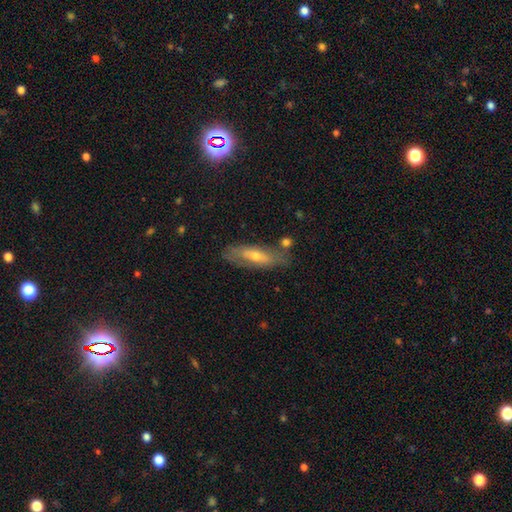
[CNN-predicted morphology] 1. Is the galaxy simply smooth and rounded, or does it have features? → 52% featured or disk, 39% smooth, 9% star or artifact.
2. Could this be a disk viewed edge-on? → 56% no, 44% yes.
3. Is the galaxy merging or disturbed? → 71% none, 18% minor disturbance, 6% major disturbance, 5% merger.